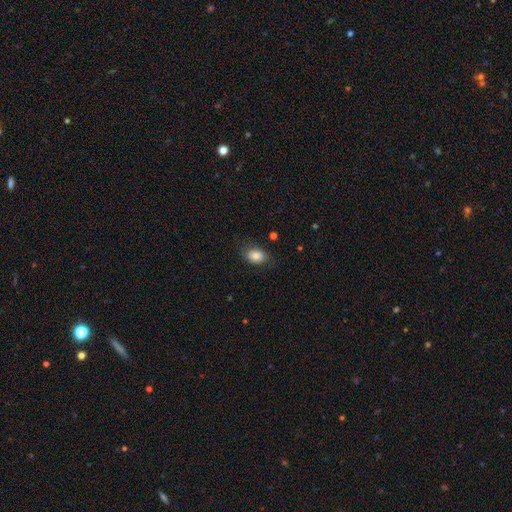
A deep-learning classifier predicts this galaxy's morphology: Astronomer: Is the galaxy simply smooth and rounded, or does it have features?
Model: smooth — 82%.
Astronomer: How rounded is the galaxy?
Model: in between — 77%.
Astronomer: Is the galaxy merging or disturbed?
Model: none — 77%.